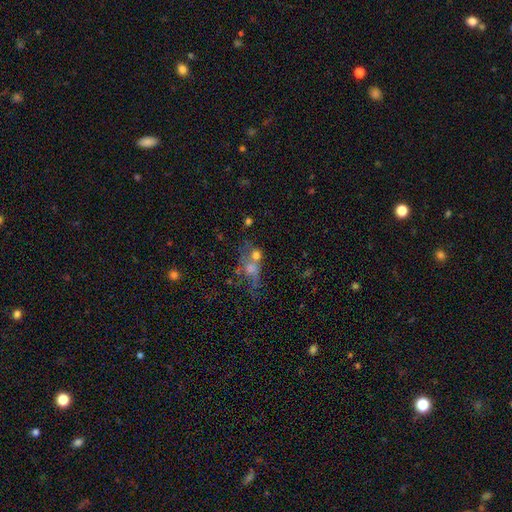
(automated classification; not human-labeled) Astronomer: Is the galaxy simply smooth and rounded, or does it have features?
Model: smooth — 56%.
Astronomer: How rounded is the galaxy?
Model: round — 59% (runner-up: in between, 37%).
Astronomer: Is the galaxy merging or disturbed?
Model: merger — 47% (runner-up: none, 28%).